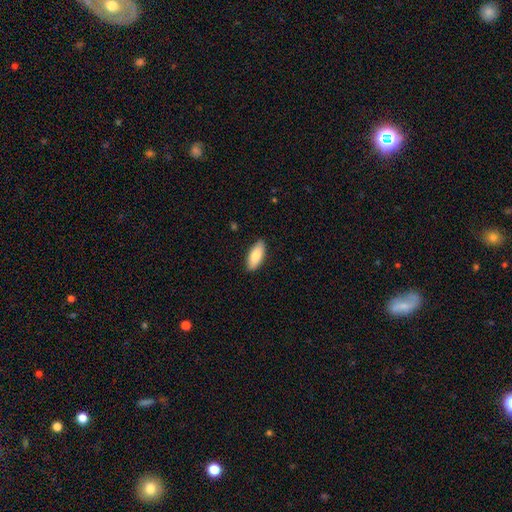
A smooth galaxy with no disk features (83%) that is in between round and cigar-shaped (77%).

Vote fractions:
- Smooth or featured? smooth: 83% / featured or disk: 11% / star or artifact: 6%
- How rounded? in between: 77% / cigar-shaped: 23% / round: 0%
- Merging? none: 79% / minor disturbance: 21% / major disturbance: 0% / merger: 0%